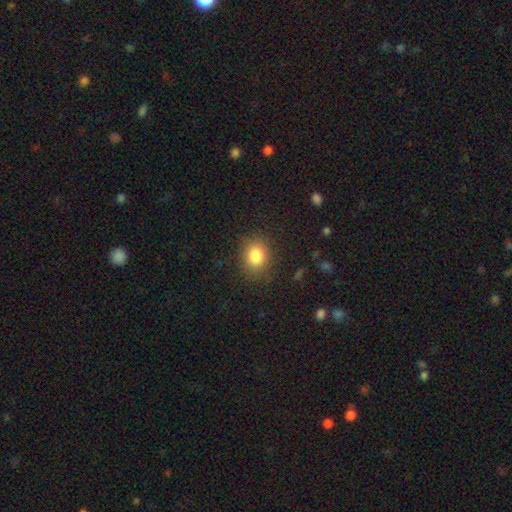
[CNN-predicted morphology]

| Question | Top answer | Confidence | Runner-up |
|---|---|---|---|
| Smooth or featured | smooth | 84% | star or artifact (10%) |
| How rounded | round | 59% | in between (40%) |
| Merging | none | 84% | minor disturbance (11%) |